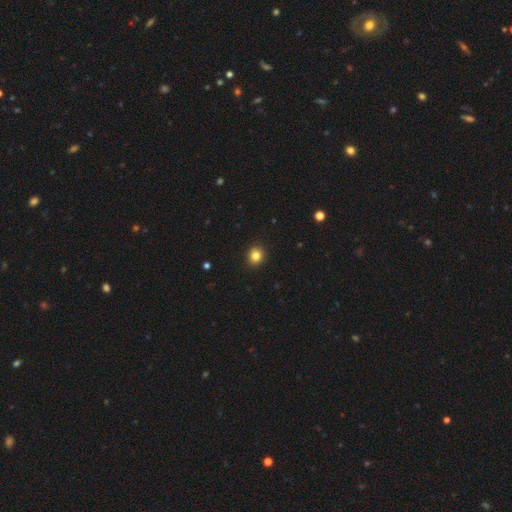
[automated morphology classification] smooth 84%, star or artifact 11%, featured or disk 5%. Down the decision tree: how rounded — round (80%); merging — none (92%).